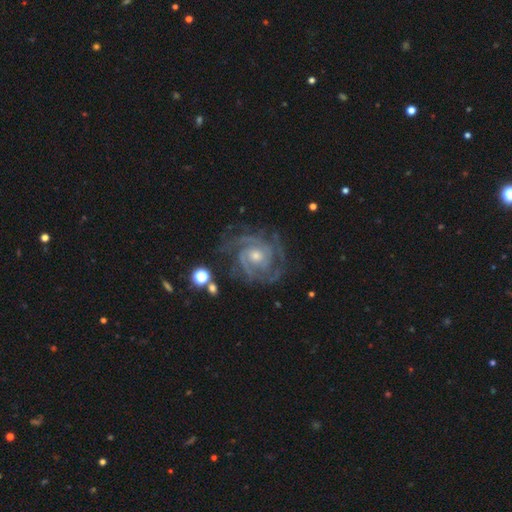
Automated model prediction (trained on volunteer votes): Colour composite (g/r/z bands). It shows a featured or disk galaxy (91%) with no bar (68%), 3 (30%) tight (71%) spiral arms (98%) and a moderate central bulge (51%). Merging: none (74%).